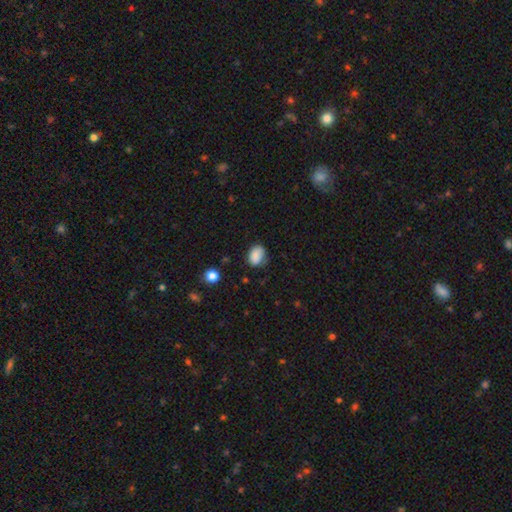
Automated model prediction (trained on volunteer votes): This is clearly a smooth galaxy (85%). How rounded: likely in between (70%). Merging: likely none (64%).